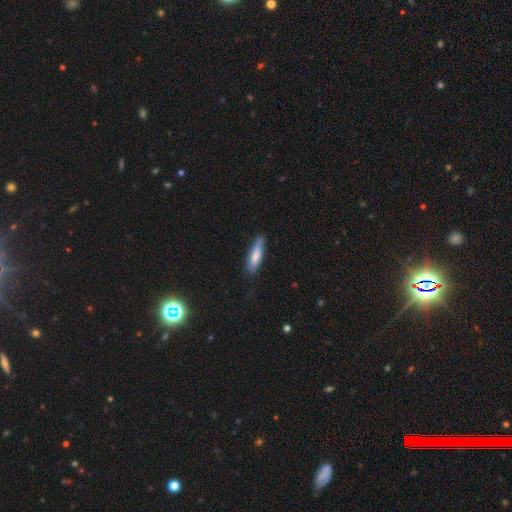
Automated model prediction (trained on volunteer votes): This appears to be a smooth galaxy with no disk features (76%) that is cigar-shaped (65%). Merging: none (68%).